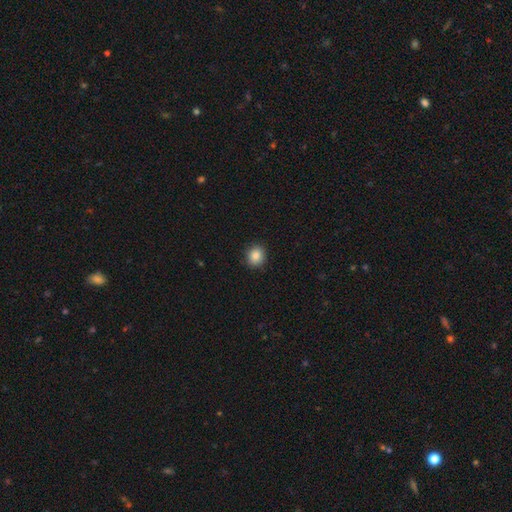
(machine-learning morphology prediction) Smooth or featured: smooth — 86% (star or artifact — 10%)
How rounded: round — 76% (in between — 23%)
Merging: none — 89% (minor disturbance — 8%)